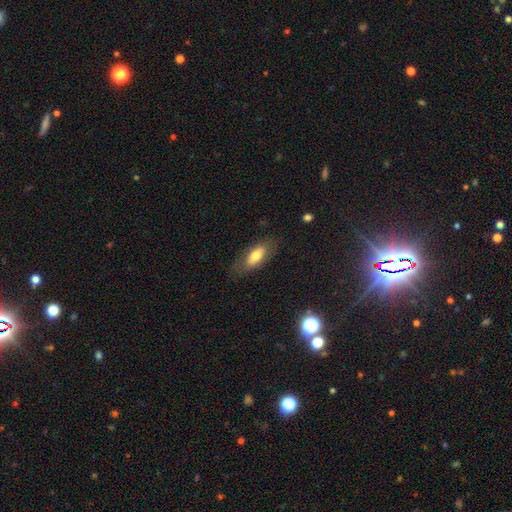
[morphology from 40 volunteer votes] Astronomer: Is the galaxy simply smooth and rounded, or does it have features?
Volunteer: smooth — 70%.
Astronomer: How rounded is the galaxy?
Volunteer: in between — 86%.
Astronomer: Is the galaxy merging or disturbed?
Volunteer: none — 79%.